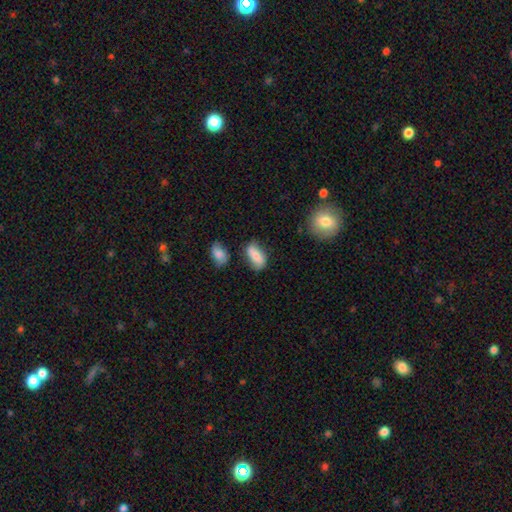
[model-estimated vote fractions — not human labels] A smooth galaxy with no disk features (72%) that is in between round and cigar-shaped (85%). Merging: none (67%).